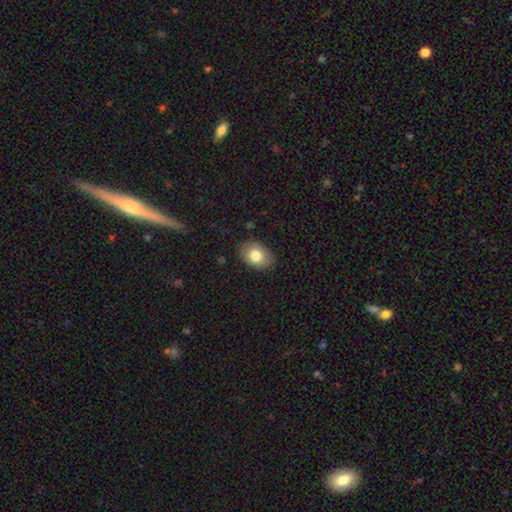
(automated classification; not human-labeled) A smooth galaxy with no disk features (80%) that is in between round and cigar-shaped (84%). Merging: none (85%).